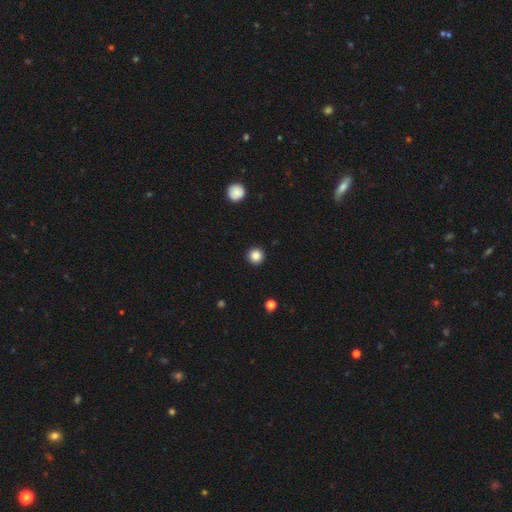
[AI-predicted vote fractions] Q: Smooth or featured?
A: smooth (86%); runner-up: star or artifact (10%)
Q: How rounded?
A: round (96%); runner-up: in between (3%)
Q: Merging?
A: none (93%); runner-up: minor disturbance (4%)